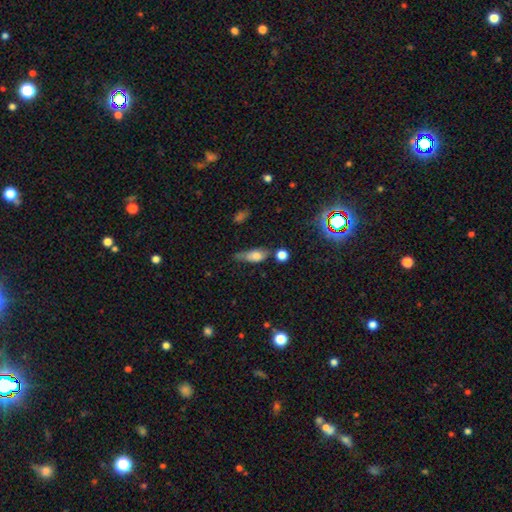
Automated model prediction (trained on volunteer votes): The model was most divided on "merging": none: 38%, minor disturbance: 35%, major disturbance: 16%, merger: 12%. More confident: how rounded — in between (73%); smooth or featured — smooth (70%).